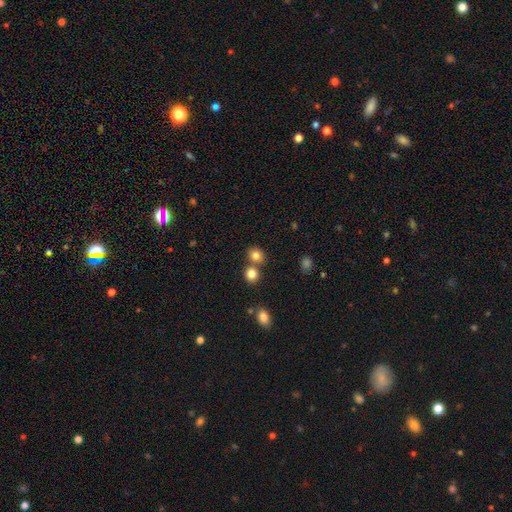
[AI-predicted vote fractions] smooth 81%, star or artifact 12%, featured or disk 6%. Down the decision tree: how rounded — round (75%); merging — none (64%).